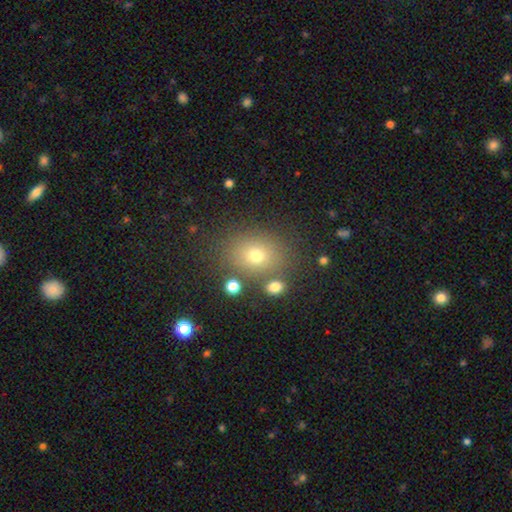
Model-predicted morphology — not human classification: Smooth or featured?
  - smooth: 70% *
  - star or artifact: 18%
  - featured or disk: 12%
How rounded?
  - round: 58% *
  - in between: 41%
  - cigar-shaped: 1%
Merging?
  - none: 78% *
  - minor disturbance: 10%
  - merger: 7%
  - major disturbance: 4%